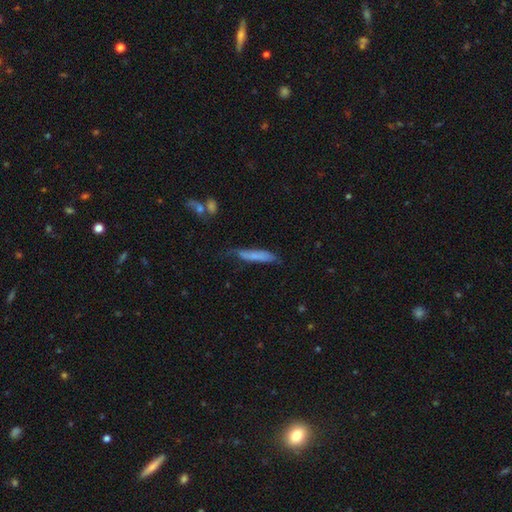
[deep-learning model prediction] smooth_or_featured: smooth (p=0.67) [alt: featured or disk p=0.25]
how_rounded: cigar-shaped (p=0.87) [alt: in between p=0.11]
merging: none (p=0.55) [alt: minor disturbance p=0.30]